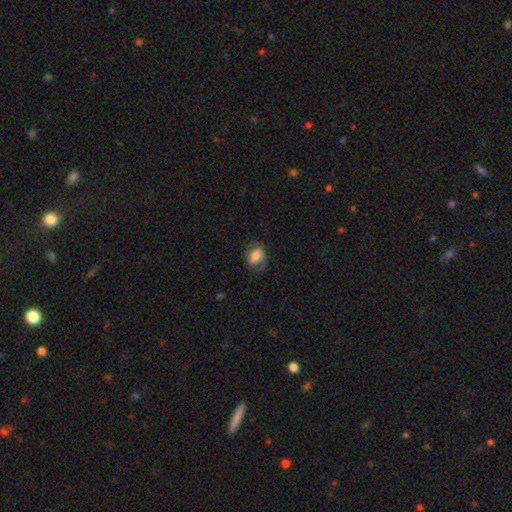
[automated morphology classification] Smooth or featured?
  - smooth: 66% *
  - featured or disk: 26%
  - star or artifact: 8%
How rounded?
  - in between: 71% *
  - round: 28%
  - cigar-shaped: 1%
Merging?
  - none: 66% *
  - minor disturbance: 21%
  - major disturbance: 12%
  - merger: 1%